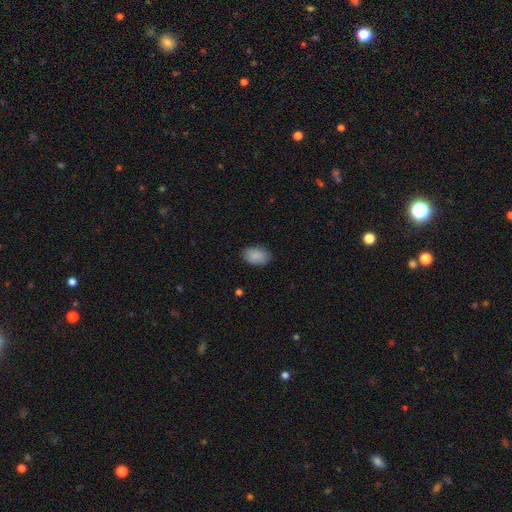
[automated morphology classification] The model was most divided on "merging": none: 84%, minor disturbance: 13%, major disturbance: 3%, merger: 1%. More confident: smooth or featured — smooth (89%); how rounded — in between (87%).